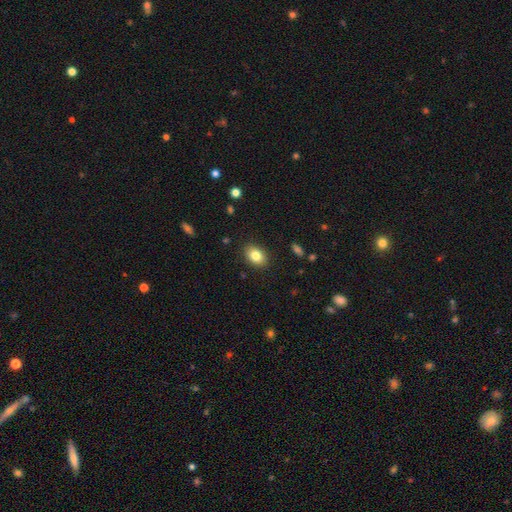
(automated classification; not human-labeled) A smooth galaxy with no disk features (83%) that is in between round and cigar-shaped (77%). Merging: none (88%).